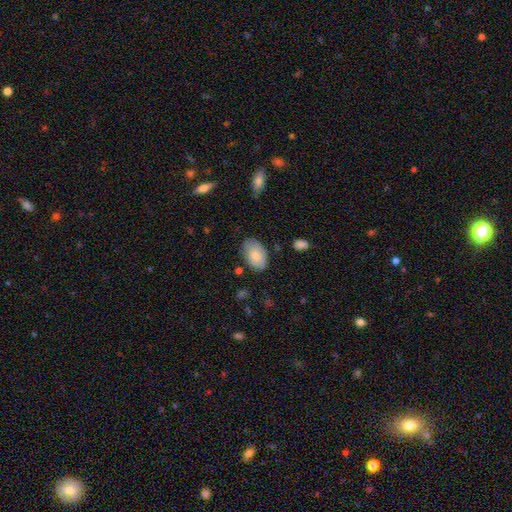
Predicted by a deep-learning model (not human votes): smooth_or_featured: smooth (p=0.80) [alt: featured or disk p=0.14]
how_rounded: in between (p=0.91) [alt: round p=0.08]
merging: none (p=0.73) [alt: minor disturbance p=0.21]